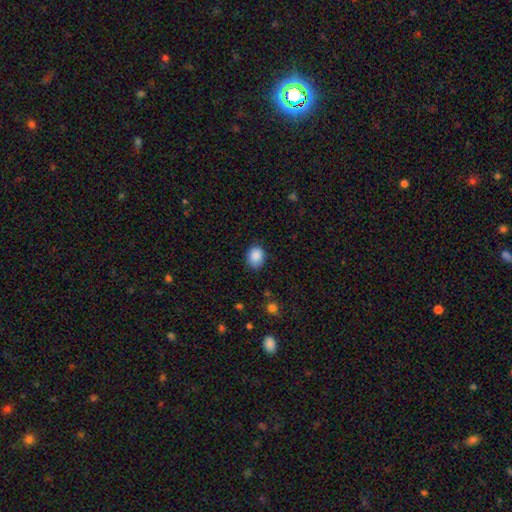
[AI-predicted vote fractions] Overall: smooth (88%). How rounded: in between (55%; round 45%). Merging: none (79%).